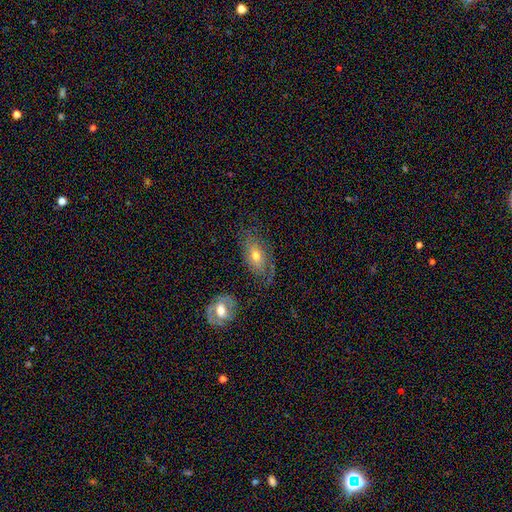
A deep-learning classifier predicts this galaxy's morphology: smooth-or-featured: featured or disk: 46% | smooth: 45% | star or artifact: 9%
  merging: none: 58% | minor disturbance: 23% | major disturbance: 14% | merger: 4%